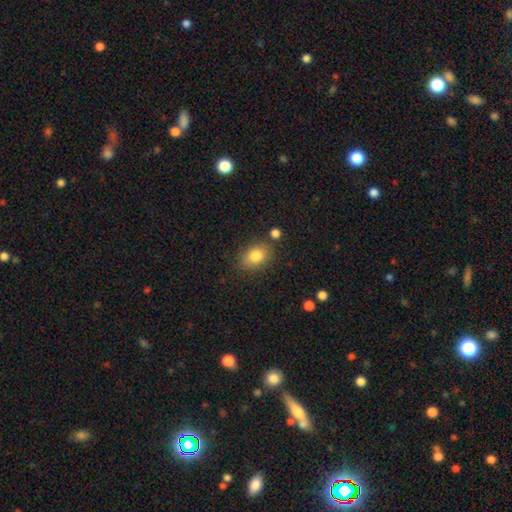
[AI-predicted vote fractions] Q: Smooth or featured?
A: smooth (82%); runner-up: featured or disk (9%)
Q: How rounded?
A: in between (73%); runner-up: round (26%)
Q: Merging?
A: none (77%); runner-up: minor disturbance (14%)